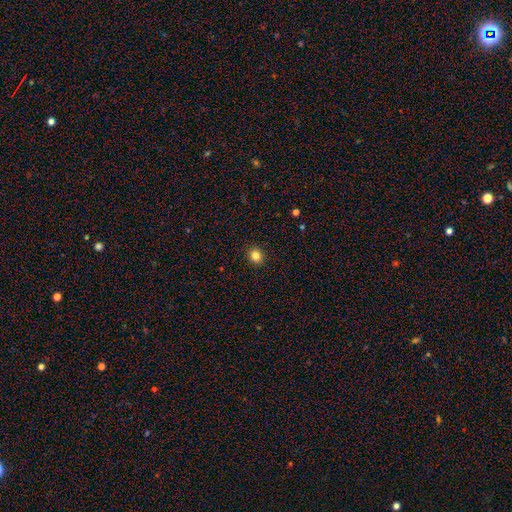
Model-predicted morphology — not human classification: This appears to be a smooth galaxy with no disk features (83%) that is round (78%). Merging: none (92%).